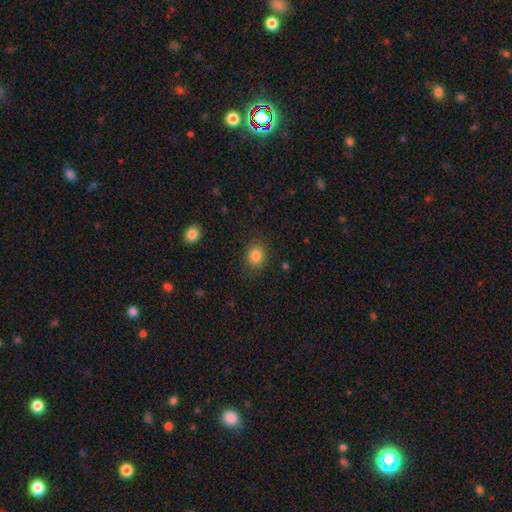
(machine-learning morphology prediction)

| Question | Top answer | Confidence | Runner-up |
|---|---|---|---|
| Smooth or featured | smooth | 84% | star or artifact (11%) |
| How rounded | round | 67% | in between (33%) |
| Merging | none | 84% | minor disturbance (11%) |